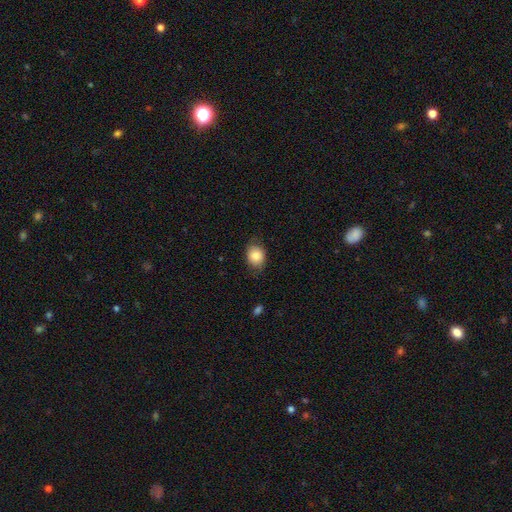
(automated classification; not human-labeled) Smooth or featured? Predicted: smooth (p=0.83). How rounded? Predicted: round (p=0.50). Merging? Predicted: none (p=0.74).